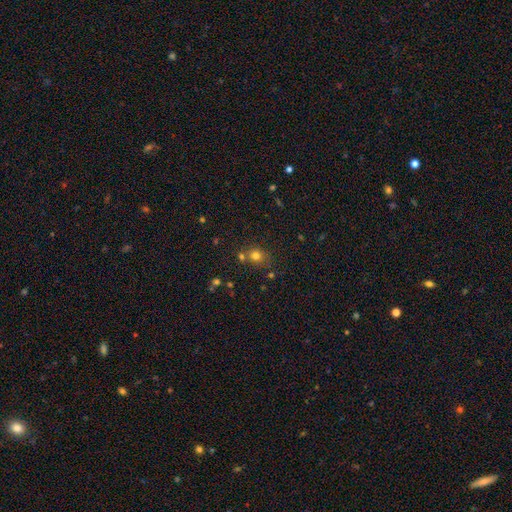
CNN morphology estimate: This is likely a smooth galaxy (72%). How rounded: likely round (74%). Merging: likely none (66%).